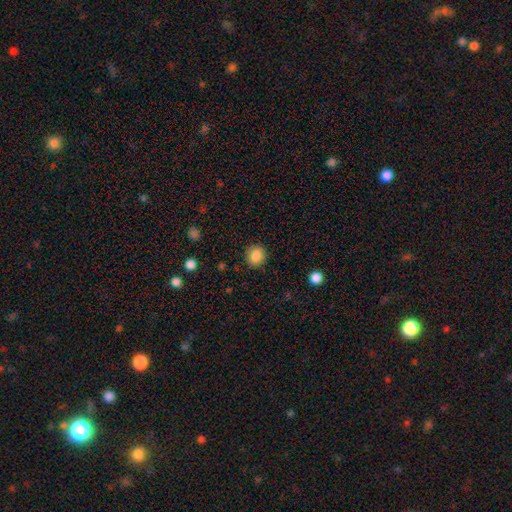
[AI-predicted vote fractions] Overall: smooth (87%). How rounded: round (75%). Merging: none (89%).